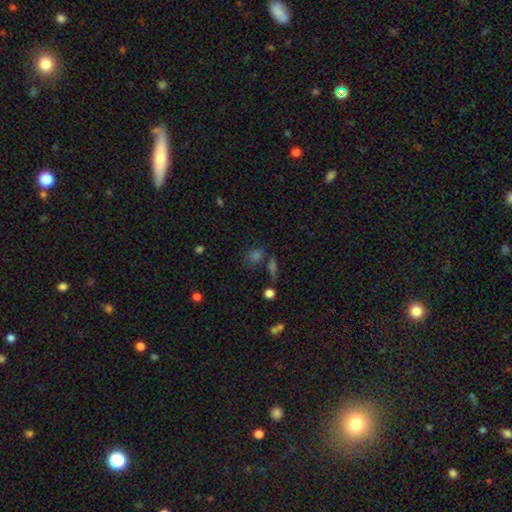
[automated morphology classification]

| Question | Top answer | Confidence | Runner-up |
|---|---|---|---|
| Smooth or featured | smooth | 56% | star or artifact (33%) |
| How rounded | in between | 49% | round (46%) |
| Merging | none | 65% | merger (16%) |